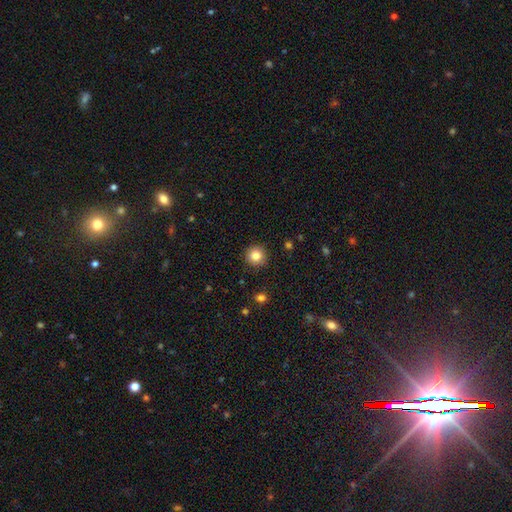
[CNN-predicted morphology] This appears to be a smooth galaxy with no disk features (83%) that is round (95%). Merging: none (92%).